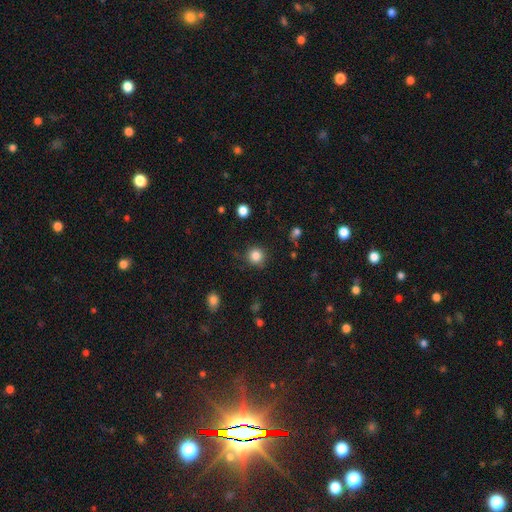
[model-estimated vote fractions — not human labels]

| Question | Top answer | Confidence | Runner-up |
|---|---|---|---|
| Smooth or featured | smooth | 84% | star or artifact (11%) |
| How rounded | round | 92% | in between (7%) |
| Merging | none | 86% | minor disturbance (10%) |